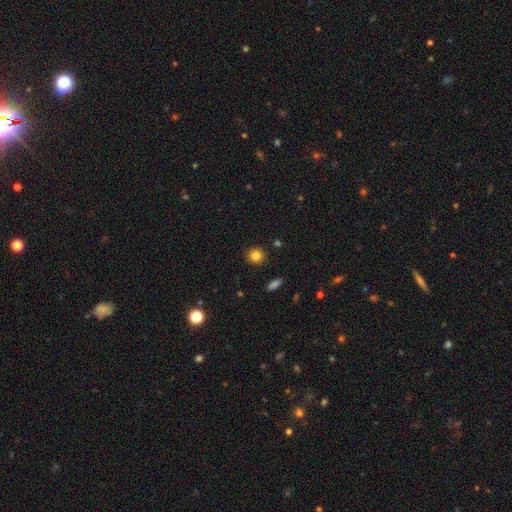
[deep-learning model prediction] This is clearly a smooth galaxy (84%). How rounded: clearly round (89%). Merging: clearly none (91%).